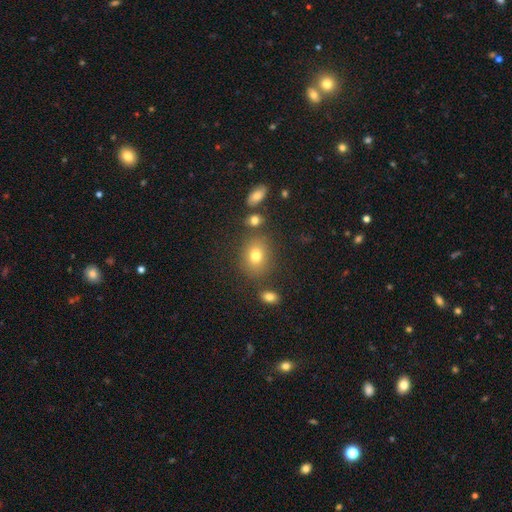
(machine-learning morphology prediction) smooth-or-featured: smooth: 76% | star or artifact: 13% | featured or disk: 11%
  how-rounded: round: 50% | in between: 49% | cigar-shaped: 1%
  merging: none: 77% | minor disturbance: 12% | merger: 7% | major disturbance: 4%